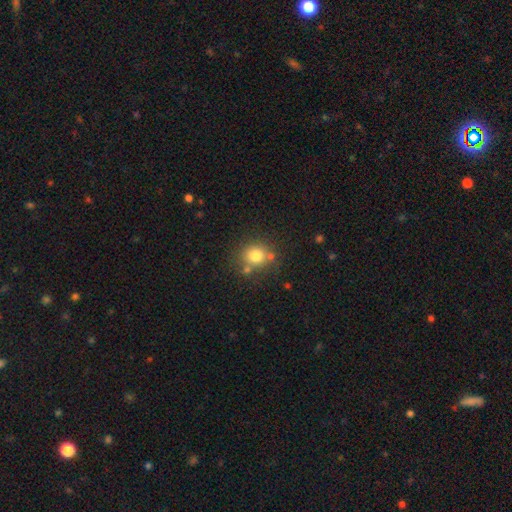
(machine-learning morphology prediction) type=smooth (78%); roundness=round (83%); merging=none (70%).